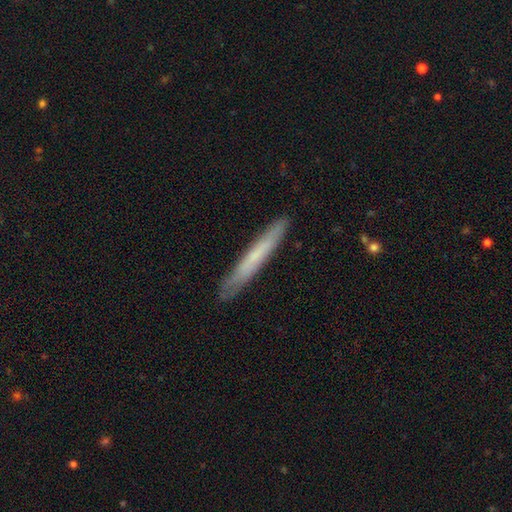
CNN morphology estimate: This is possibly a smooth galaxy (57%). How rounded: clearly cigar-shaped (96%). Merging: clearly none (86%).